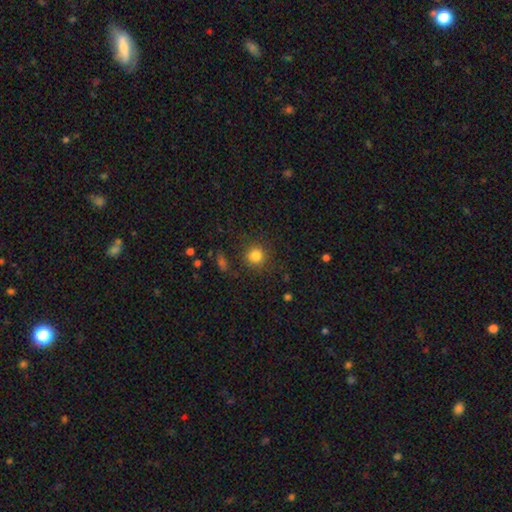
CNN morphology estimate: The model was most divided on "smooth or featured": smooth: 83%, star or artifact: 12%, featured or disk: 5%. More confident: how rounded — round (92%); merging — none (87%).